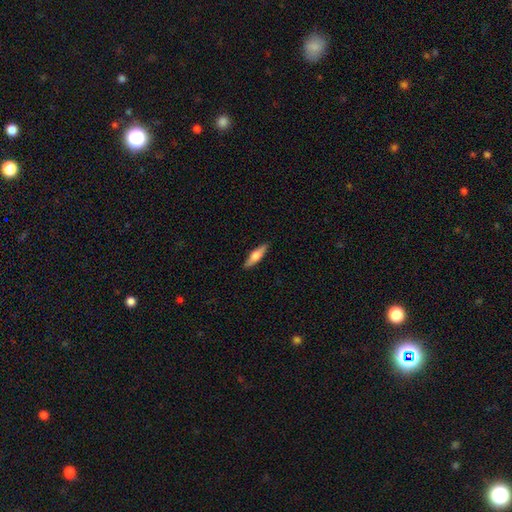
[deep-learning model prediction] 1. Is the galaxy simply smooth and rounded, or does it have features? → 57% smooth, 37% featured or disk, 6% star or artifact.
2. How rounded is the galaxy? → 69% cigar-shaped, 29% in between, 2% round.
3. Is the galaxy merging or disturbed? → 89% none, 8% minor disturbance, 2% major disturbance, 1% merger.